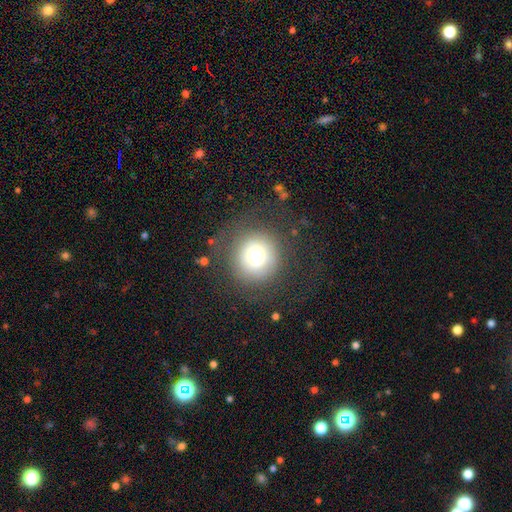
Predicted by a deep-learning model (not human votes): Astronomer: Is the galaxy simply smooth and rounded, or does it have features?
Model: smooth — 70%.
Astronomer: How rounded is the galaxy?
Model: round — 93%.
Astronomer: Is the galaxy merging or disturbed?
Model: none — 74%.